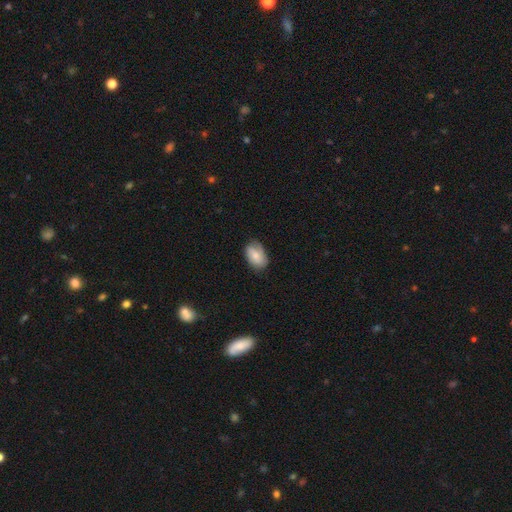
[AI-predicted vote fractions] smooth-or-featured: smooth: 71% | featured or disk: 22% | star or artifact: 7%
  how-rounded: in between: 88% | round: 11% | cigar-shaped: 1%
  merging: none: 68% | minor disturbance: 26% | major disturbance: 5% | merger: 1%